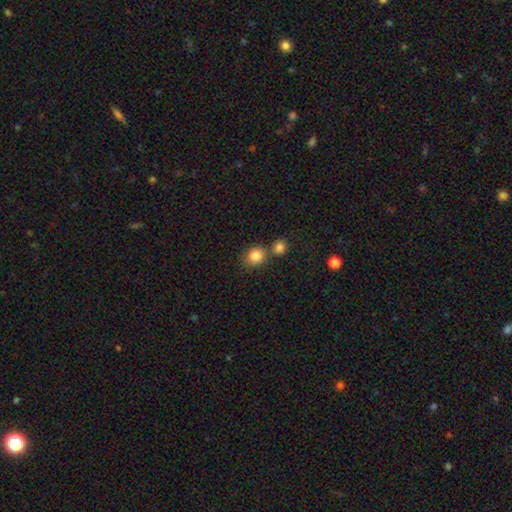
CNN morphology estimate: The model was most divided on "merging": none: 57%, merger: 30%, minor disturbance: 9%, major disturbance: 3%. More confident: smooth or featured — smooth (84%); how rounded — round (79%).